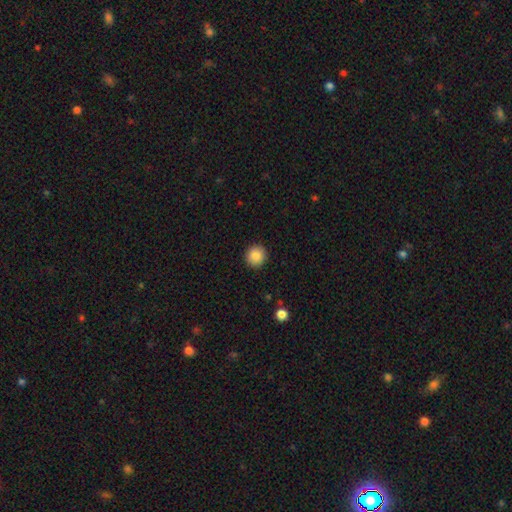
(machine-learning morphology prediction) The model was most divided on "smooth or featured": smooth: 86%, star or artifact: 9%, featured or disk: 5%. More confident: how rounded — round (93%); merging — none (92%).